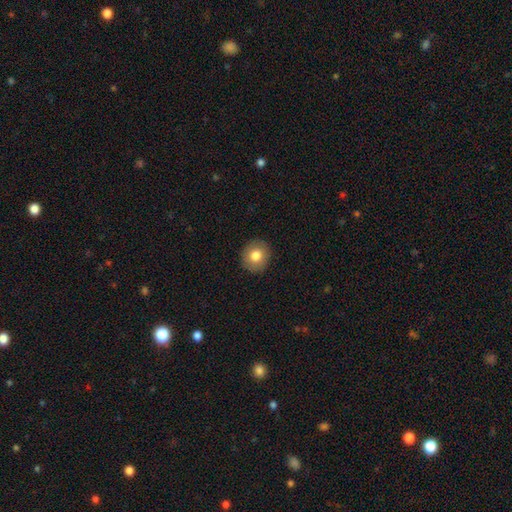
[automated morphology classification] A smooth galaxy with no disk features (79%) that is round (84%). Merging: none (91%).